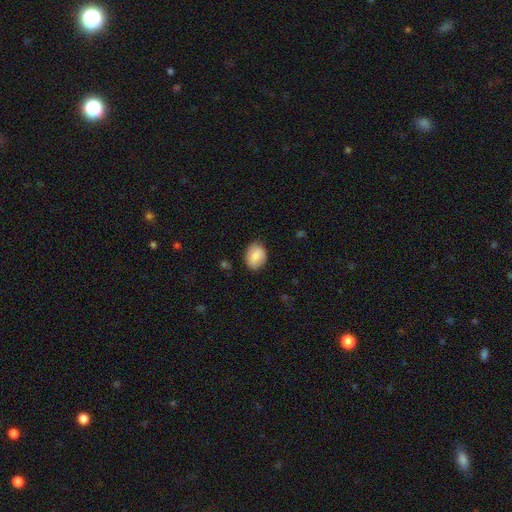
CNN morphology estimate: smooth 85%, featured or disk 8%, star or artifact 7%. Down the decision tree: how rounded — in between (64%); merging — none (80%).